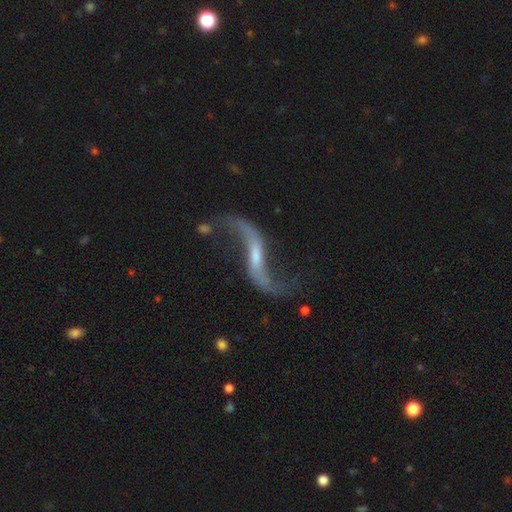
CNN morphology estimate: Smooth or featured? Predicted: featured or disk (p=0.90). Edge-on disk? Predicted: no (p=0.91). Bar? Predicted: weak (p=0.40). Spiral arms? Predicted: yes (p=0.95). Spiral winding? Predicted: loose (p=0.95). Spiral arm count? Predicted: 2 (p=0.94). Bulge size? Predicted: small (p=0.48). Merging? Predicted: none (p=0.67).